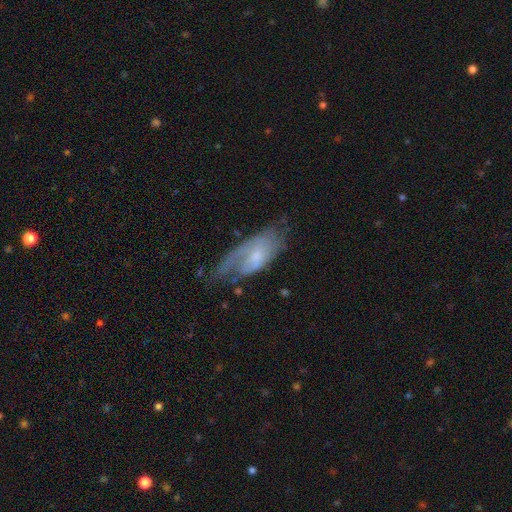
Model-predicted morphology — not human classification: Smooth or featured: featured or disk — 66% (smooth — 28%)
Edge-on disk: no — 90% (yes — 10%)
Bar: no — 62% (weak — 33%)
Spiral arms: yes — 82% (no — 18%)
Bulge size: small — 55% (moderate — 33%)
Merging: none — 46% (minor disturbance — 28%)